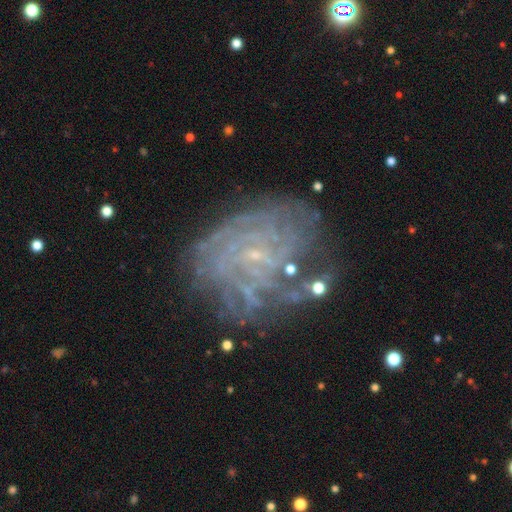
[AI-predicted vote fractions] A featured or disk galaxy (80%) with no bar (53%), tight (70%) spiral arms (90%) and a small central bulge (80%).

Vote fractions:
- Smooth or featured? featured or disk: 80% / star or artifact: 11% / smooth: 9%
- Edge-on disk? no: 97% / yes: 3%
- Bar? no: 53% / weak: 37% / strong: 10%
- Spiral arms? yes: 90% / no: 10%
- Spiral winding? tight: 70% / medium: 22% / loose: 7%
- Spiral arm count? can't tell: 40% / more than 4: 19% / 4: 14% / 3: 10% / 2: 10% / 1: 8%
- Bulge size? small: 80% / none: 11% / moderate: 6% / large: 1% / dominant: 1%
- Merging? none: 65% / minor disturbance: 18% / major disturbance: 12% / merger: 4%